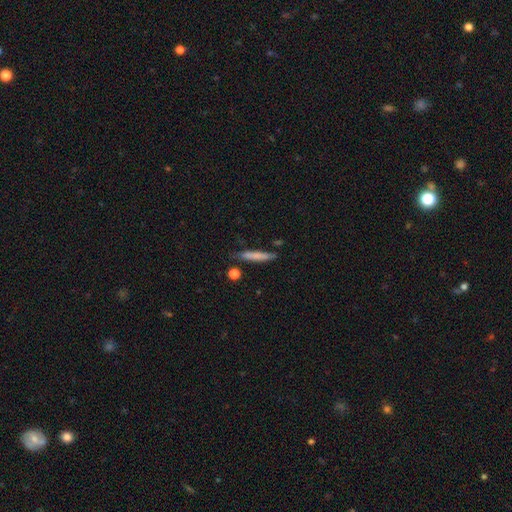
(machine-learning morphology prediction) This is likely a smooth galaxy (72%). How rounded: clearly cigar-shaped (91%). Merging: likely none (74%).